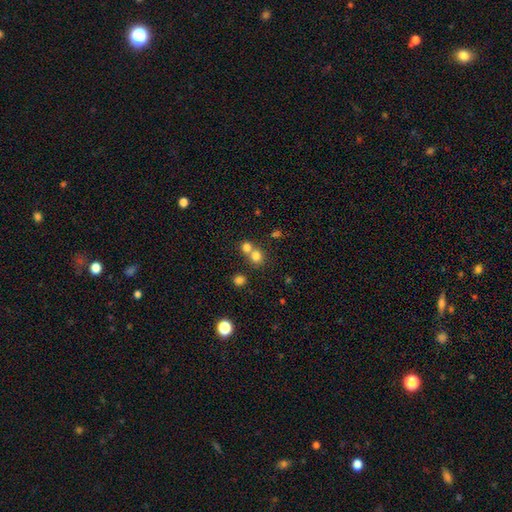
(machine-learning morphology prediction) A smooth galaxy with no disk features (76%) that is round (84%). Merging: none (47%).